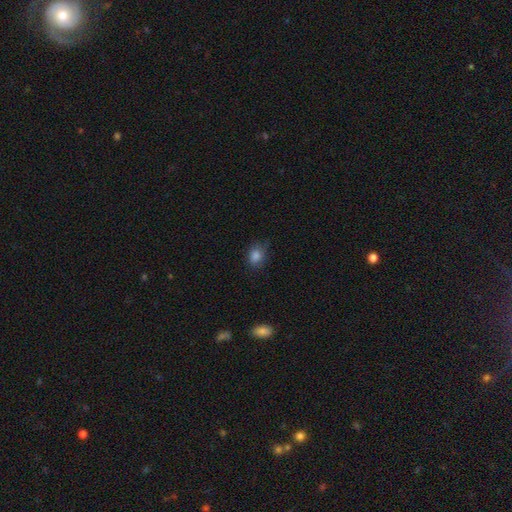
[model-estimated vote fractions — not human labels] Smooth or featured: smooth — 84% (star or artifact — 10%)
How rounded: round — 51% (in between — 48%)
Merging: none — 68% (minor disturbance — 25%)